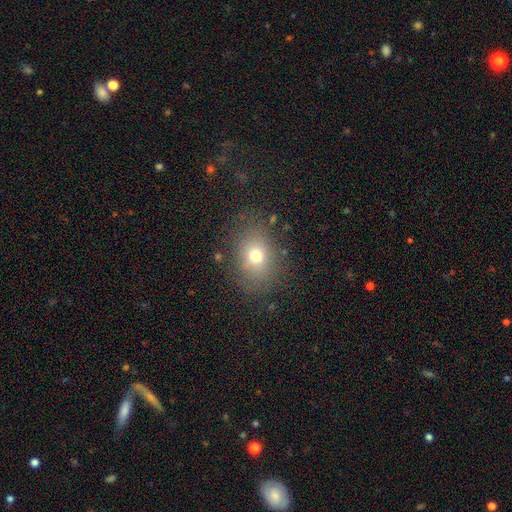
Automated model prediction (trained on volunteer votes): Smooth or featured? Predicted: smooth (p=0.69). How rounded? Predicted: in between (p=0.59). Merging? Predicted: none (p=0.82).